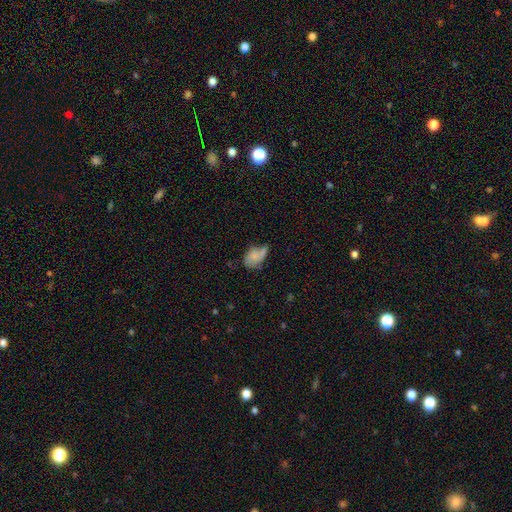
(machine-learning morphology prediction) This appears to be a smooth galaxy with no disk features (63%) that is in between round and cigar-shaped (88%). Merging: minor disturbance (36%).